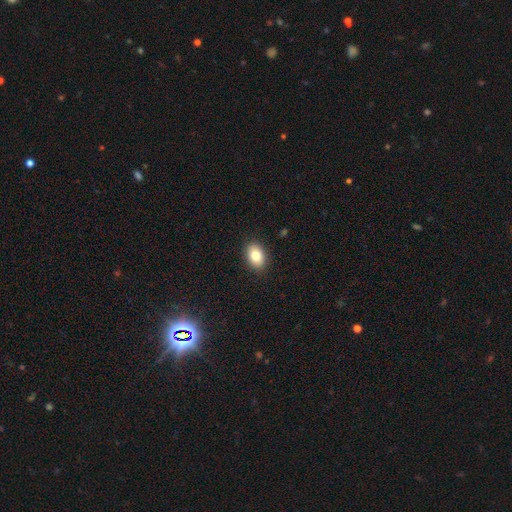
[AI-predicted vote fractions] Smooth or featured? Predicted: smooth (p=0.83). How rounded? Predicted: in between (p=0.82). Merging? Predicted: none (p=0.89).